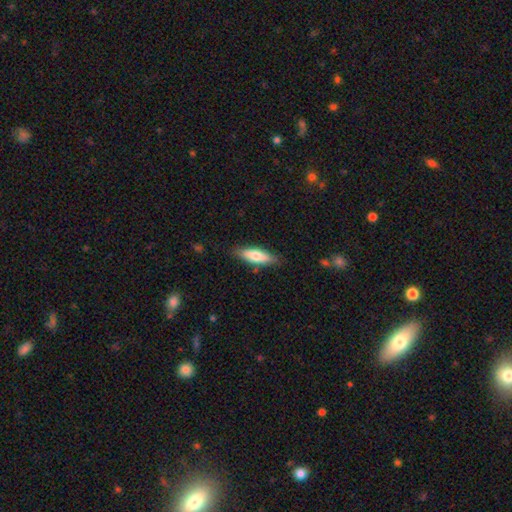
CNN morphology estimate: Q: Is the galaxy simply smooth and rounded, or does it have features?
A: smooth — 73%.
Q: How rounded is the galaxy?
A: in between — 51%.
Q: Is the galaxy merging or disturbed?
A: none — 82%.